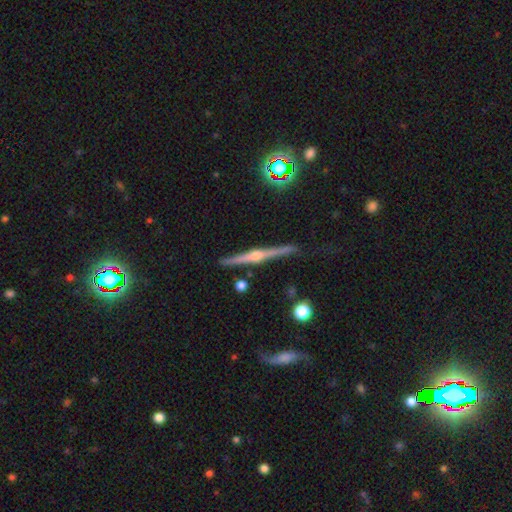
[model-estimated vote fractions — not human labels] featured or disk 84%, smooth 9%, star or artifact 7%. Down the decision tree: edge-on disk — yes (98%); edge-on bulge — rounded (92%); merging — none (87%).